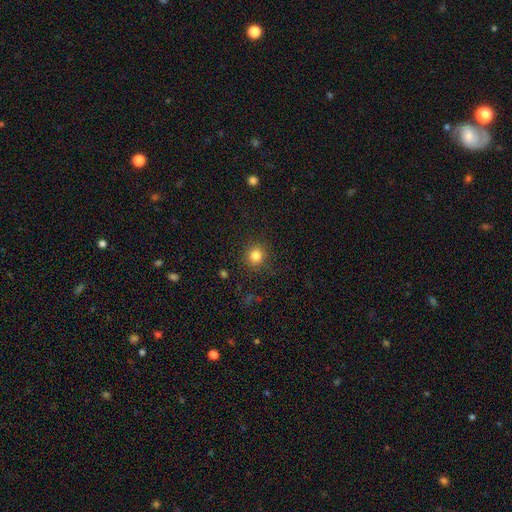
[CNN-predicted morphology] Overall: smooth (83%). How rounded: round (90%). Merging: none (88%).